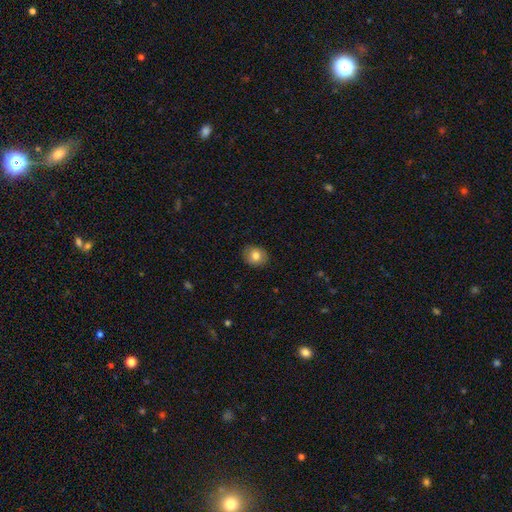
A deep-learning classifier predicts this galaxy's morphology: smooth-or-featured: smooth: 81% | featured or disk: 10% | star or artifact: 8%
  how-rounded: round: 52% | in between: 47% | cigar-shaped: 1%
  merging: none: 88% | minor disturbance: 9% | major disturbance: 2% | merger: 1%